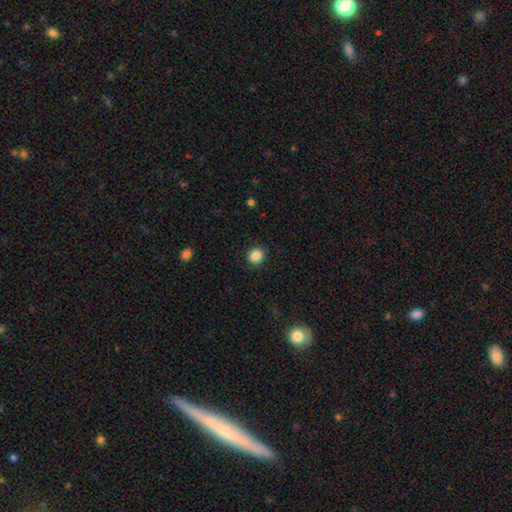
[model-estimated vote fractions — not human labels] Q: Smooth or featured?
A: smooth (86%); runner-up: star or artifact (10%)
Q: How rounded?
A: round (65%); runner-up: in between (34%)
Q: Merging?
A: none (90%); runner-up: minor disturbance (7%)